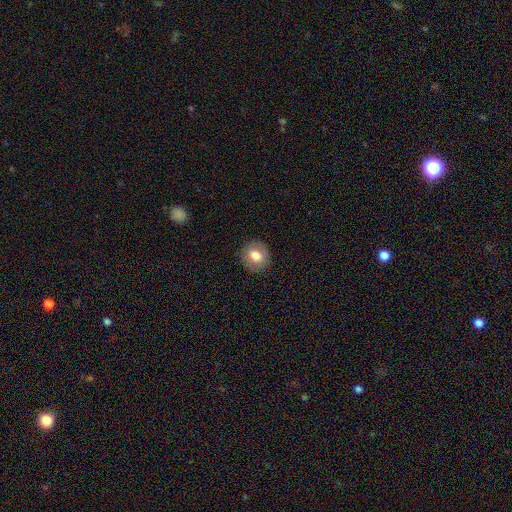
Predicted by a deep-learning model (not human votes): A smooth galaxy with no disk features (75%) that is round (80%).

Vote fractions:
- Smooth or featured? smooth: 75% / featured or disk: 16% / star or artifact: 9%
- How rounded? round: 80% / in between: 19% / cigar-shaped: 1%
- Merging? none: 88% / minor disturbance: 9% / major disturbance: 2% / merger: 1%